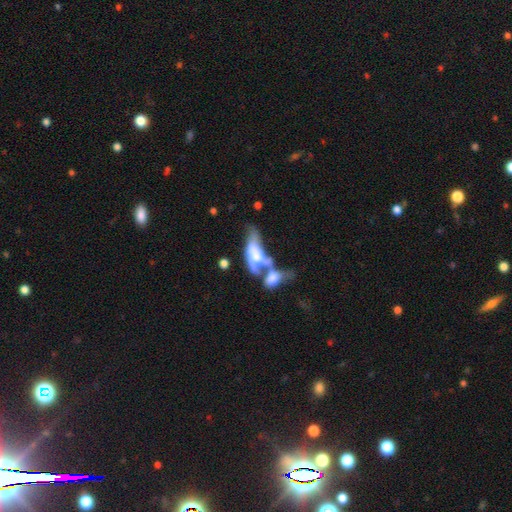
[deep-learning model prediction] smooth_or_featured: featured or disk (p=0.56) [alt: smooth p=0.36]
disk_edge_on: no (p=0.76) [alt: yes p=0.24]
merging: merger (p=0.70) [alt: major disturbance p=0.15]